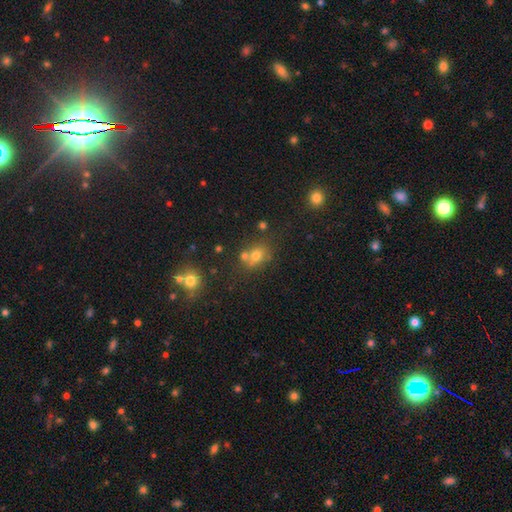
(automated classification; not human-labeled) smooth-or-featured: smooth: 67% | star or artifact: 19% | featured or disk: 14%
  how-rounded: round: 59% | in between: 40% | cigar-shaped: 1%
  merging: none: 53% | merger: 29% | minor disturbance: 13% | major disturbance: 5%